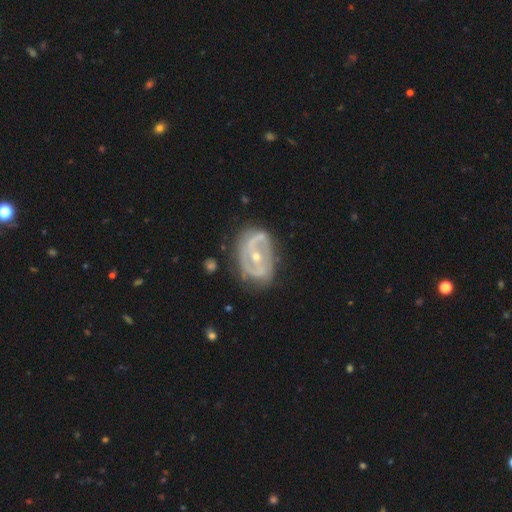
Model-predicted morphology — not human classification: Smooth or featured? featured or disk (81%)
Edge-on disk? no (95%)
Bar? no (46%)
Spiral arms? yes (70%)
Spiral winding? tight (41%)
Spiral arm count? 2 (61%)
Bulge size? small (50%)
Merging? none (60%)